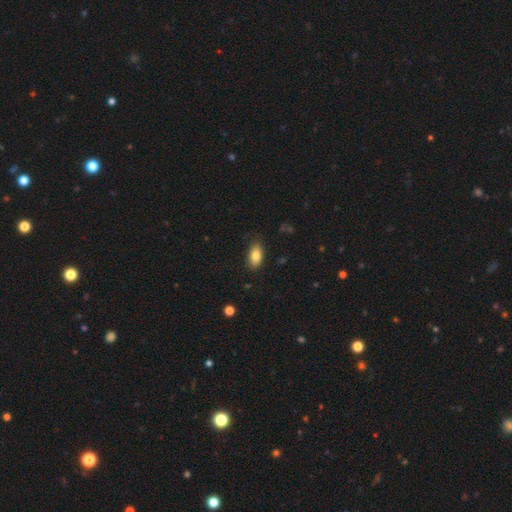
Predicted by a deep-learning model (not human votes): Overall: smooth (80%). How rounded: in between (89%). Merging: none (83%).